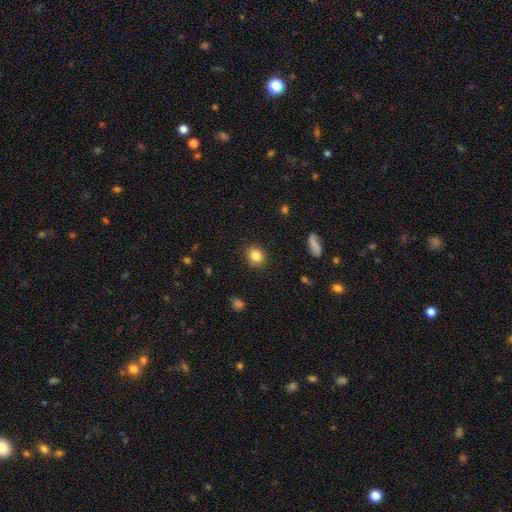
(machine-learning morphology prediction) Smooth or featured? smooth (84%)
How rounded? round (72%)
Merging? none (88%)